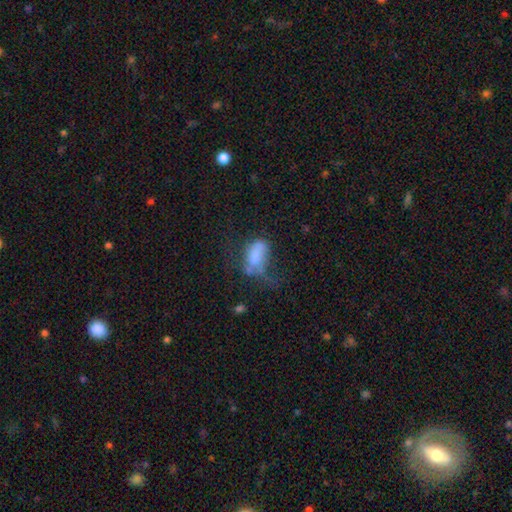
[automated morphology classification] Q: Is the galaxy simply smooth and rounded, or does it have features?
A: smooth — 61%.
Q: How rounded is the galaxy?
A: in between — 90%.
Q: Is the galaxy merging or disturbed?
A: major disturbance — 46%.